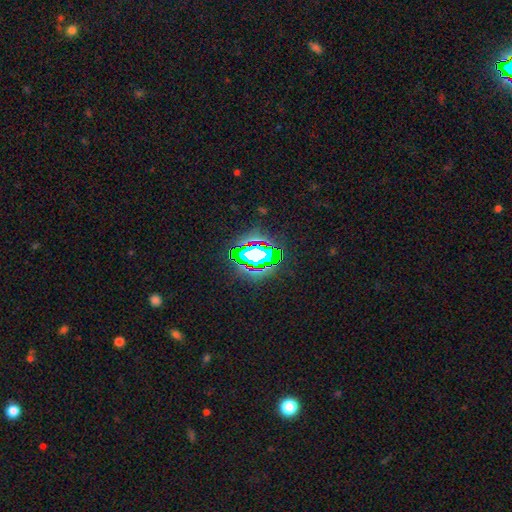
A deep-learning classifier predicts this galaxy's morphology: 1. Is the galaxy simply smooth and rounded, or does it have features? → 64% star or artifact, 21% smooth, 15% featured or disk.